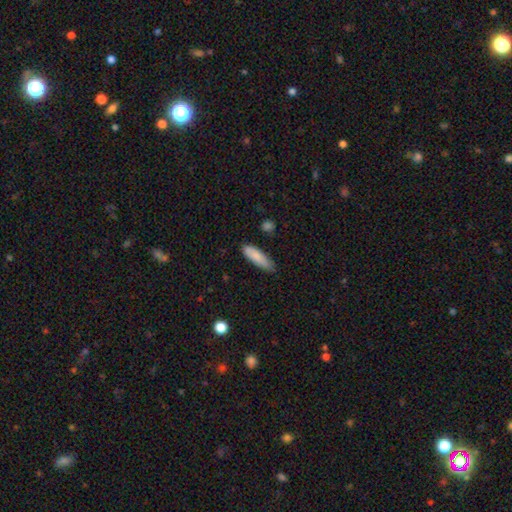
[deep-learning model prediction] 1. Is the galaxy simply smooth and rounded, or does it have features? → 86% smooth, 8% featured or disk, 6% star or artifact.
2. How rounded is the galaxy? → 50% in between, 49% cigar-shaped, 2% round.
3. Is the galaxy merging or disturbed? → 71% none, 23% minor disturbance, 3% major disturbance, 2% merger.